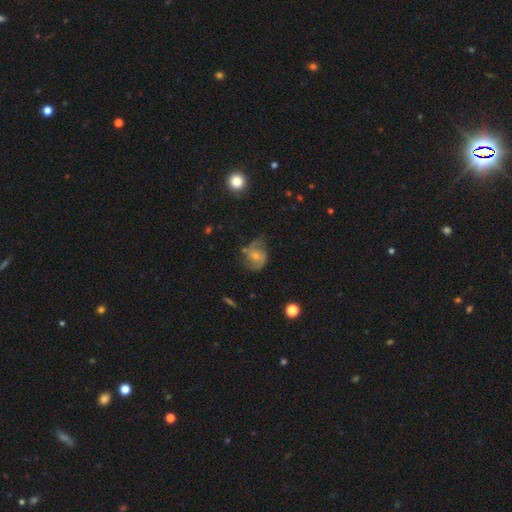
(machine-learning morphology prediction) Q: Smooth or featured?
A: featured or disk (69%); runner-up: smooth (22%)
Q: Edge-on disk?
A: no (97%); runner-up: yes (3%)
Q: Bar?
A: no (64%); runner-up: weak (30%)
Q: Spiral arms?
A: yes (91%); runner-up: no (9%)
Q: Spiral winding?
A: medium (46%); runner-up: loose (35%)
Q: Spiral arm count?
A: 2 (84%); runner-up: can't tell (8%)
Q: Bulge size?
A: small (62%); runner-up: moderate (30%)
Q: Merging?
A: none (55%); runner-up: minor disturbance (27%)